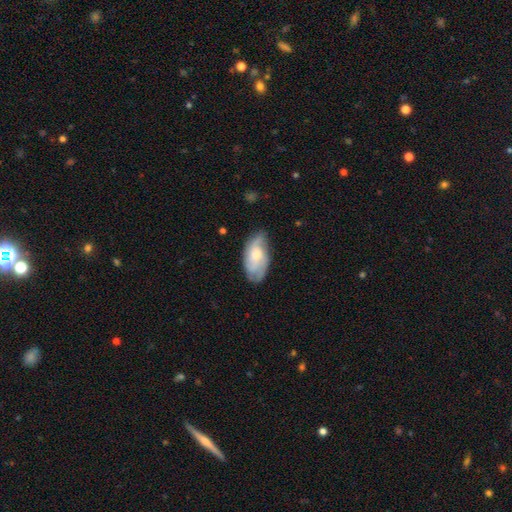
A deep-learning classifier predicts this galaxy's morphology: The model was most divided on "spiral arm count": 3: 30%, can't tell: 29%, 2: 23%, 4: 9%, 1: 5%, more than 4: 4%. Remaining: edge-on disk — no (95%); spiral arms — yes (91%); merging — none (72%); bar — no (70%); smooth or featured — featured or disk (65%); bulge size — moderate (52%); spiral winding — medium (43%).